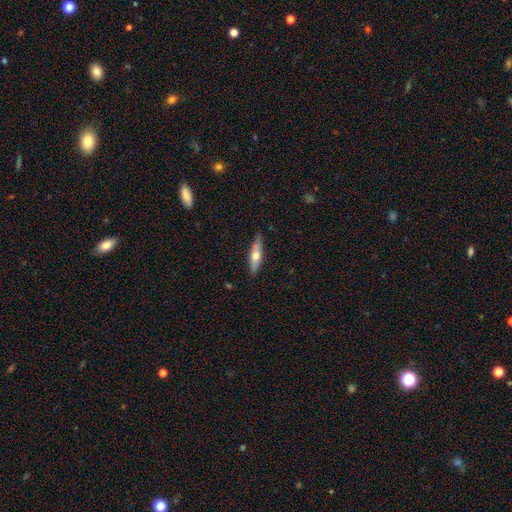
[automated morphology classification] This is possibly a smooth galaxy (54%). How rounded: likely cigar-shaped (64%). Merging: likely none (80%).